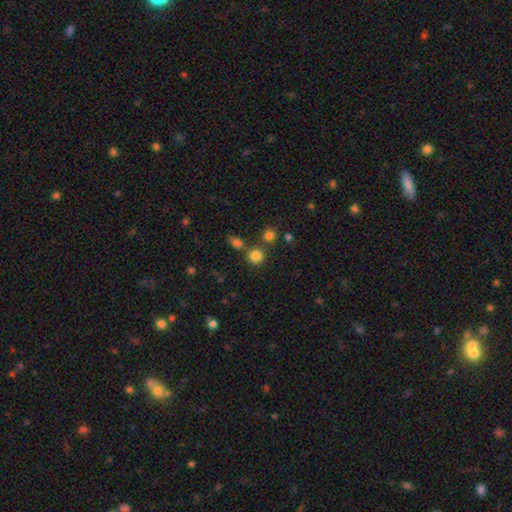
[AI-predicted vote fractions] A smooth galaxy with no disk features (80%) that is round (88%). Merging: none (68%).